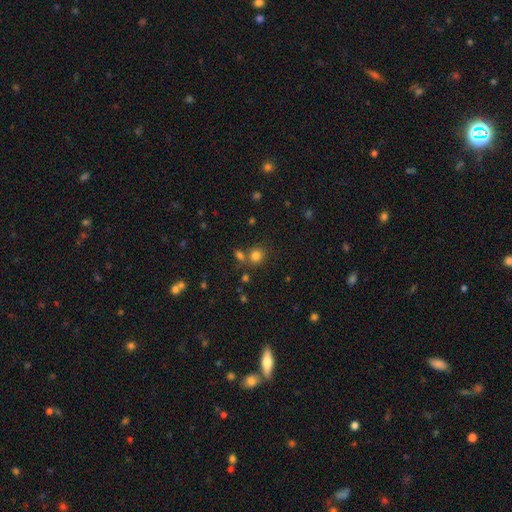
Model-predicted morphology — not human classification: Smooth or featured? smooth (79%)
How rounded? round (80%)
Merging? none (64%)